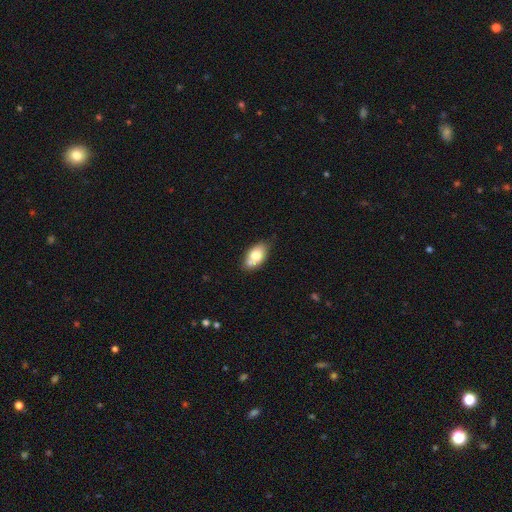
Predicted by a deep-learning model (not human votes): Morphology: type=smooth (73%); roundness=in between (90%); merging=none (62%).